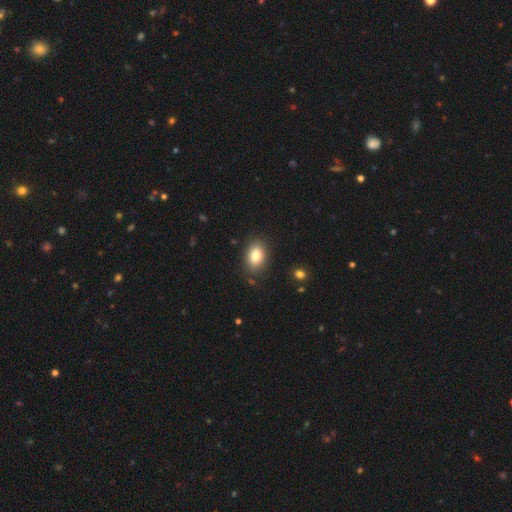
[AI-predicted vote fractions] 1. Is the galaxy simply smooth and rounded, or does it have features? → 82% smooth, 9% featured or disk, 9% star or artifact.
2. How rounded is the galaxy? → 84% in between, 14% round, 1% cigar-shaped.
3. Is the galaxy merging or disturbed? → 85% none, 11% minor disturbance, 3% major disturbance, 2% merger.